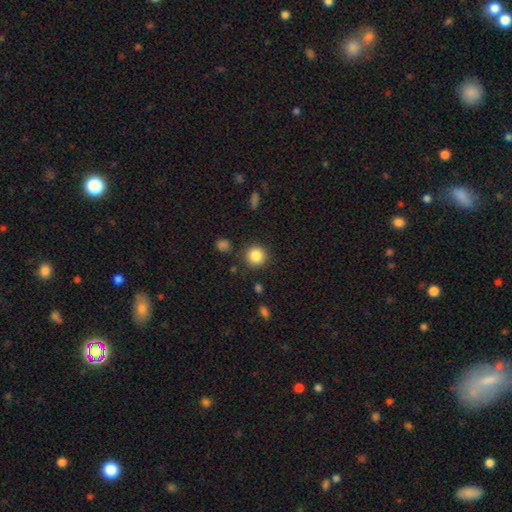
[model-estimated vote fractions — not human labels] Morphology: type=smooth (86%); roundness=round (93%); merging=none (87%).